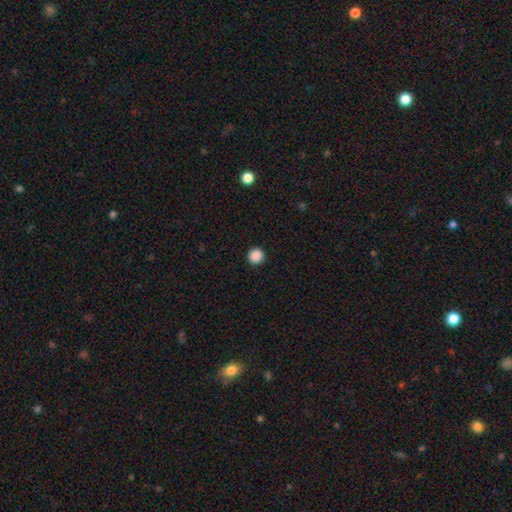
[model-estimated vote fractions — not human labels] Overall: smooth (88%). How rounded: round (95%). Merging: none (93%).